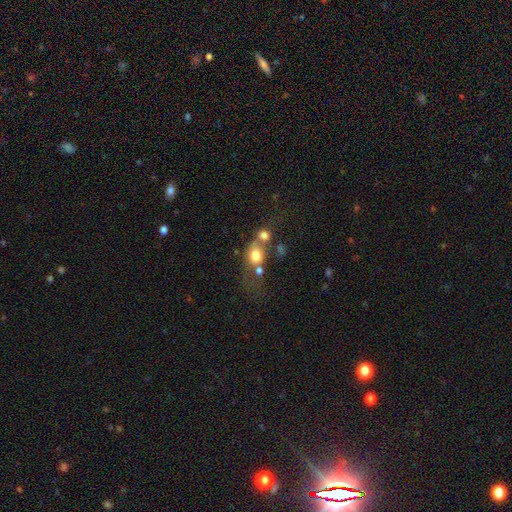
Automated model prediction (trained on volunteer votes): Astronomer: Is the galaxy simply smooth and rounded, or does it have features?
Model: smooth — 72%.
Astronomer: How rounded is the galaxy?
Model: round — 61% (runner-up: in between, 37%).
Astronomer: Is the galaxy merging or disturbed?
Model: merger — 48% (runner-up: none, 29%).